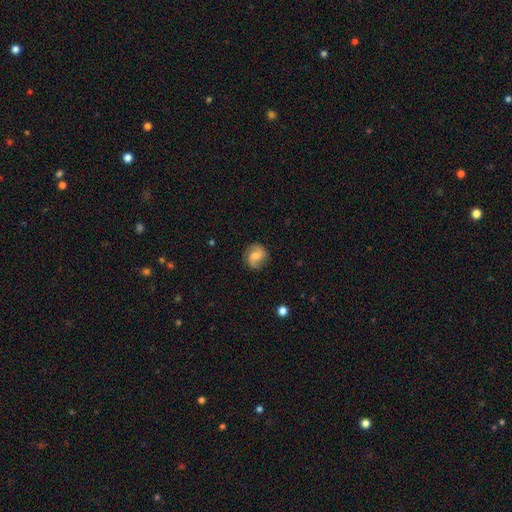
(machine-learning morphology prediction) Q: Smooth or featured?
A: featured or disk (68%); runner-up: smooth (25%)
Q: Edge-on disk?
A: no (98%); runner-up: yes (2%)
Q: Bar?
A: weak (46%); runner-up: no (42%)
Q: Spiral arms?
A: yes (94%); runner-up: no (6%)
Q: Spiral winding?
A: medium (47%); runner-up: loose (30%)
Q: Spiral arm count?
A: 2 (86%); runner-up: can't tell (6%)
Q: Bulge size?
A: moderate (47%); runner-up: small (32%)
Q: Merging?
A: none (81%); runner-up: minor disturbance (13%)